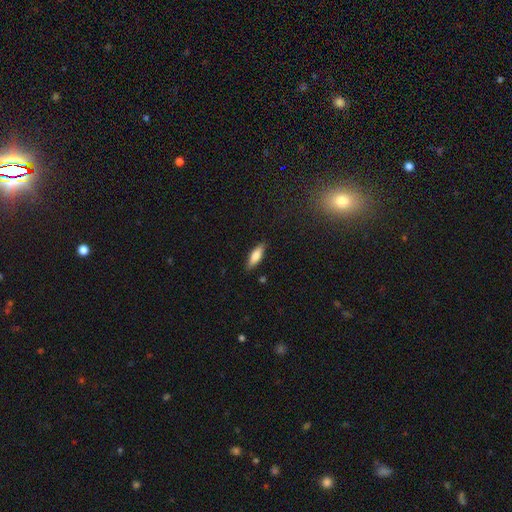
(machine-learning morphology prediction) Smooth or featured: smooth — 77% (featured or disk — 17%)
How rounded: in between — 56% (cigar-shaped — 42%)
Merging: none — 85% (minor disturbance — 11%)